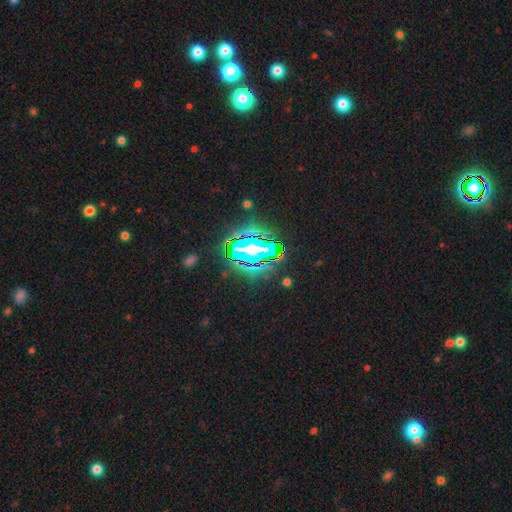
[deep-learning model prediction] This appears to be a star or artifact, not a galaxy (79%).